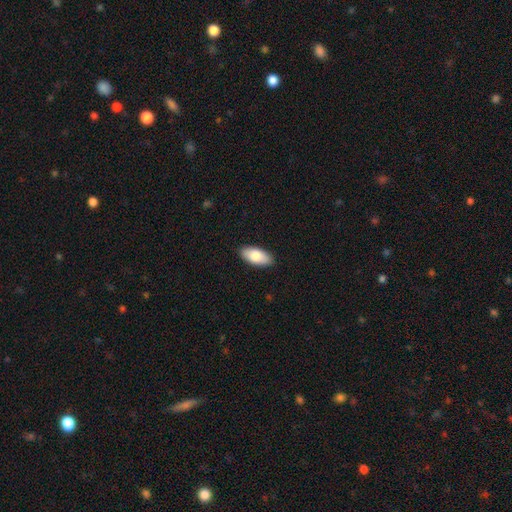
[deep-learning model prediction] A smooth galaxy with no disk features (84%) that is in between round and cigar-shaped (90%). Merging: none (89%).